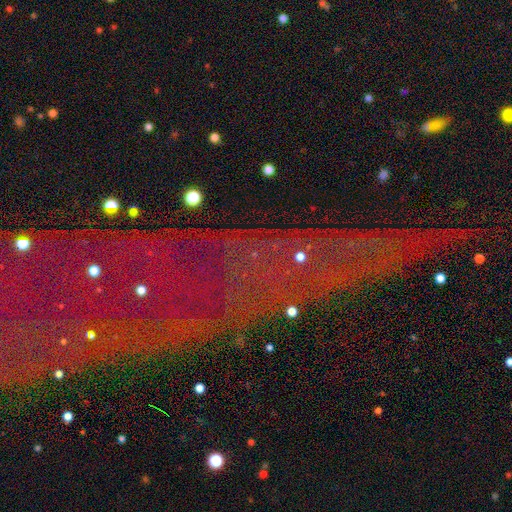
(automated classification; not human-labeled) smooth_or_featured: star or artifact (p=0.76) [alt: featured or disk p=0.14]